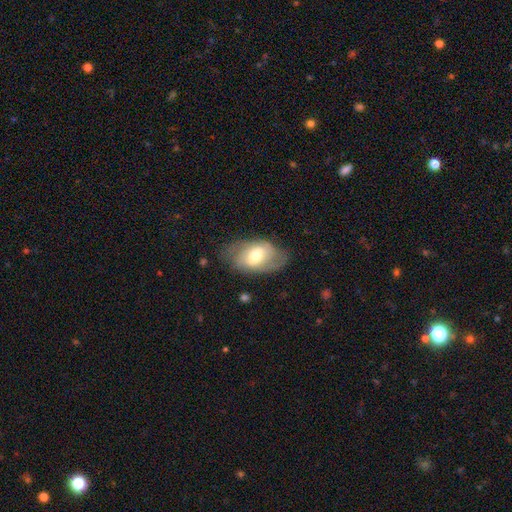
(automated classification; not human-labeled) smooth_or_featured: smooth (p=0.50) [alt: featured or disk p=0.44]
merging: none (p=0.65) [alt: minor disturbance p=0.24]